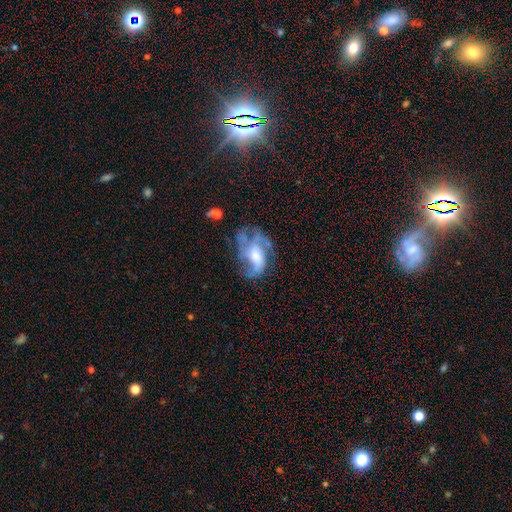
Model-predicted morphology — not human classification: A featured or disk galaxy (73%) with no bar (56%), 2 (30%) loose (42%) spiral arms (81%) and a moderate central bulge (44%). Merging: none (44%).